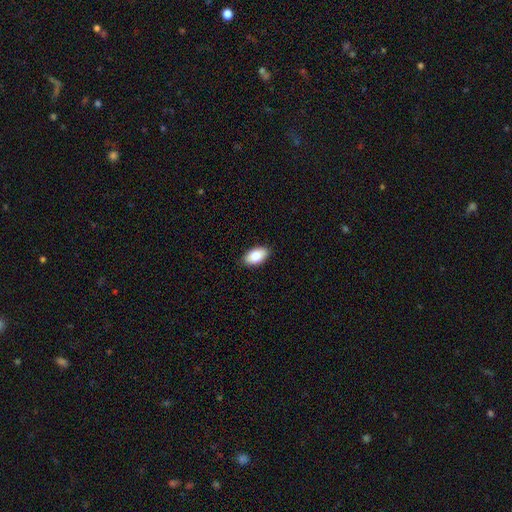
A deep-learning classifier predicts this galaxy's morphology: smooth_or_featured: smooth (p=0.83) [alt: featured or disk p=0.10]
how_rounded: in between (p=0.94) [alt: round p=0.04]
merging: none (p=0.89) [alt: minor disturbance p=0.09]